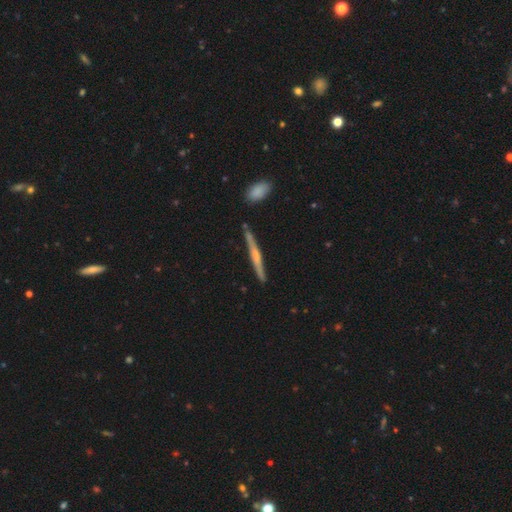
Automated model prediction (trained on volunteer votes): Smooth or featured? featured or disk (64%)
Edge-on disk? yes (97%)
Edge-on bulge? rounded (61%)
Merging? none (87%)